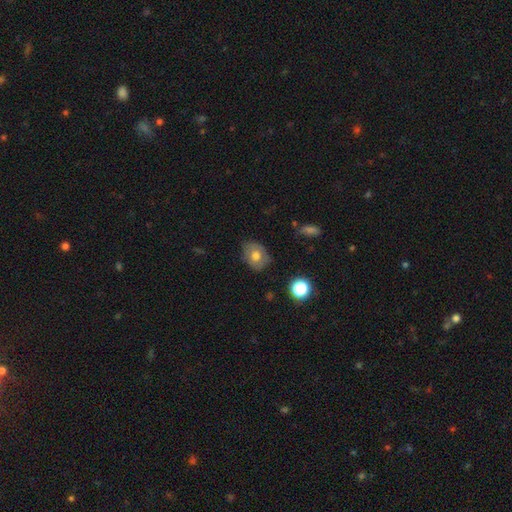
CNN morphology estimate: Smooth or featured: smooth — 64% (featured or disk — 27%)
How rounded: in between — 55% (round — 44%)
Merging: none — 72% (minor disturbance — 21%)